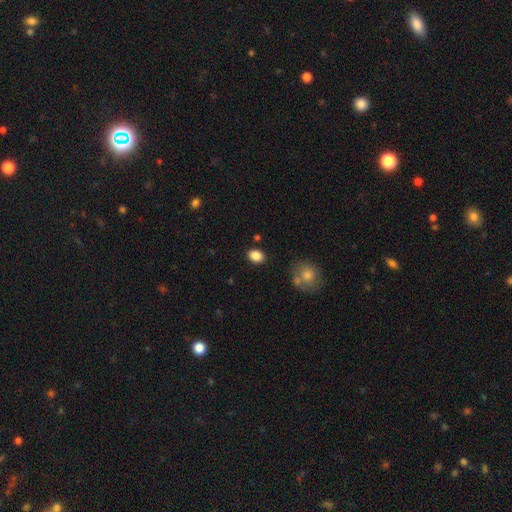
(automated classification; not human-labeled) A smooth galaxy with no disk features (86%) that is in between round and cigar-shaped (69%).

Vote fractions:
- Smooth or featured? smooth: 86% / star or artifact: 9% / featured or disk: 5%
- How rounded? in between: 69% / round: 30% / cigar-shaped: 1%
- Merging? none: 84% / minor disturbance: 10% / merger: 3% / major disturbance: 3%